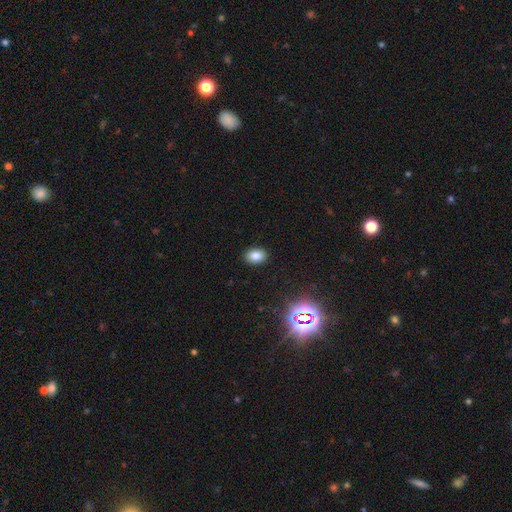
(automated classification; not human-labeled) Q: Smooth or featured?
A: smooth (82%); runner-up: star or artifact (12%)
Q: How rounded?
A: in between (78%); runner-up: round (21%)
Q: Merging?
A: none (90%); runner-up: minor disturbance (7%)